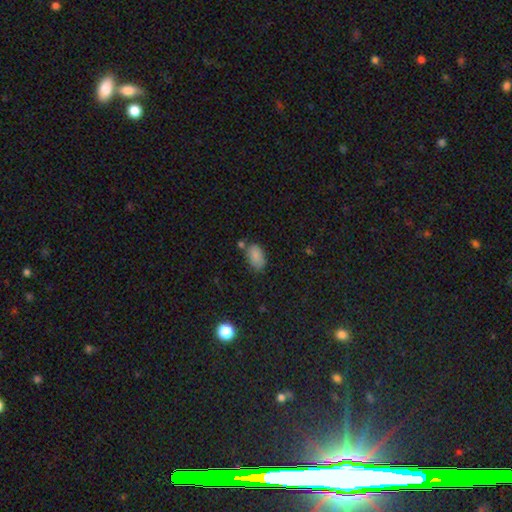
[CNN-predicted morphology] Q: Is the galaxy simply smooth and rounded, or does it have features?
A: smooth — 83%.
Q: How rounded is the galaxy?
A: in between — 92%.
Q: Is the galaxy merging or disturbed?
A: none — 63%.